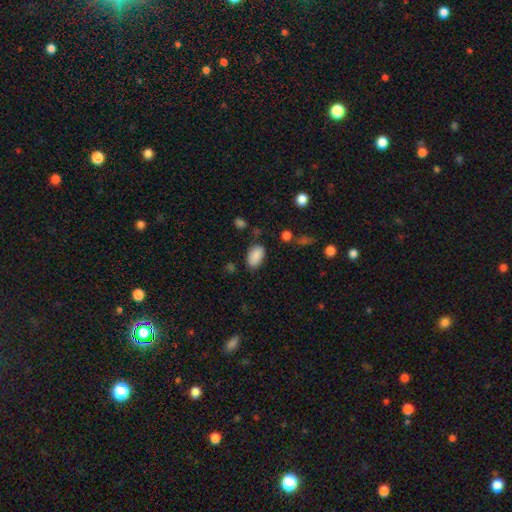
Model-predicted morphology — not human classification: A smooth galaxy with no disk features (88%) that is in between round and cigar-shaped (92%). Merging: none (76%).